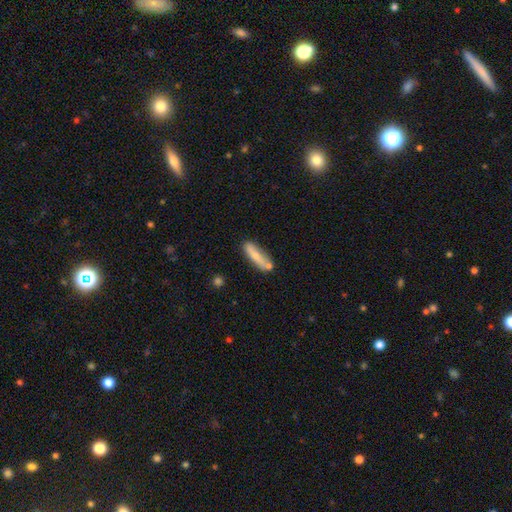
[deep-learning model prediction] Smooth or featured: smooth — 73% (featured or disk — 20%)
How rounded: cigar-shaped — 69% (in between — 29%)
Merging: none — 65% (minor disturbance — 18%)